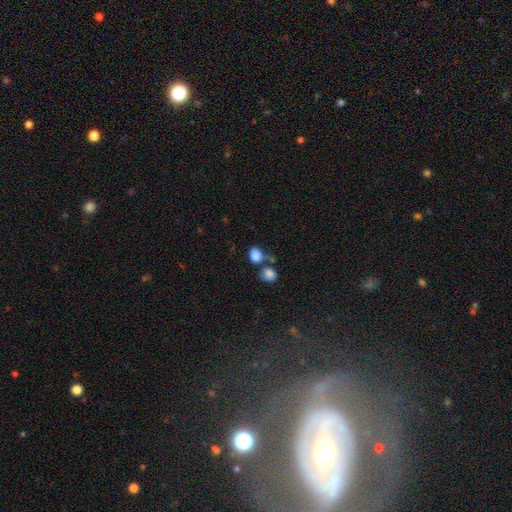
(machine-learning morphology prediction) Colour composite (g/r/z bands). It shows a smooth galaxy with no disk features (85%) that is in between round and cigar-shaped (56%). Merging: none (42%).